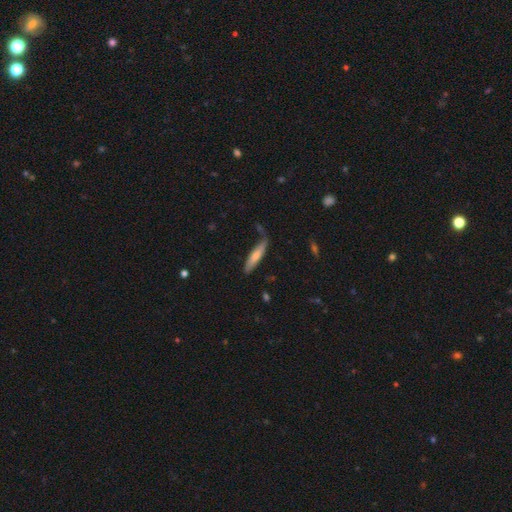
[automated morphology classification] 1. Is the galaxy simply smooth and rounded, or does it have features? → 66% smooth, 28% featured or disk, 6% star or artifact.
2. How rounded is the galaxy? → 81% cigar-shaped, 18% in between, 2% round.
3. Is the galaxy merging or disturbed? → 62% none, 25% minor disturbance, 8% major disturbance, 5% merger.